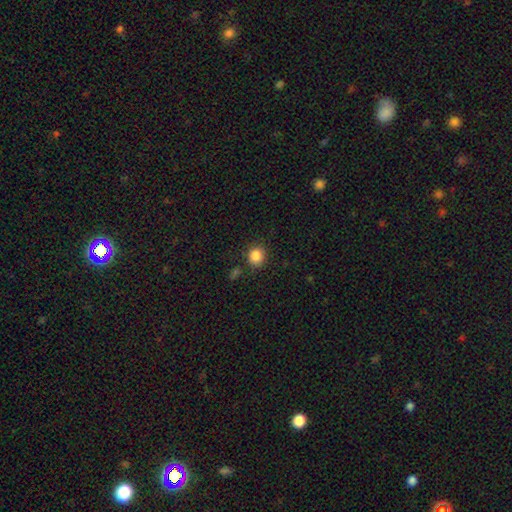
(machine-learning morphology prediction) smooth-or-featured: smooth: 86% | star or artifact: 10% | featured or disk: 4%
  how-rounded: round: 83% | in between: 16% | cigar-shaped: 1%
  merging: none: 82% | minor disturbance: 10% | merger: 4% | major disturbance: 4%